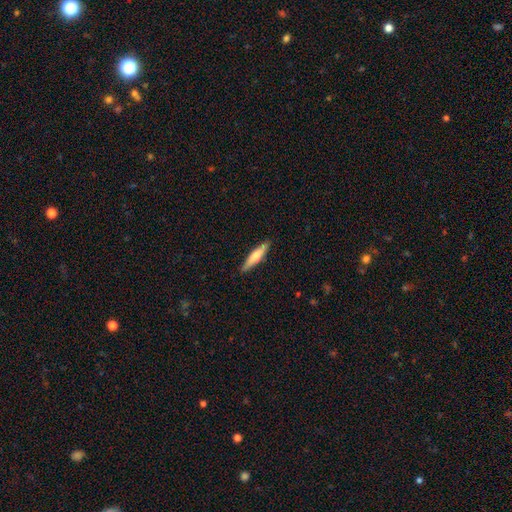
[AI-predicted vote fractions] Smooth or featured? Predicted: smooth (p=0.61). How rounded? Predicted: cigar-shaped (p=0.86). Merging? Predicted: none (p=0.89).